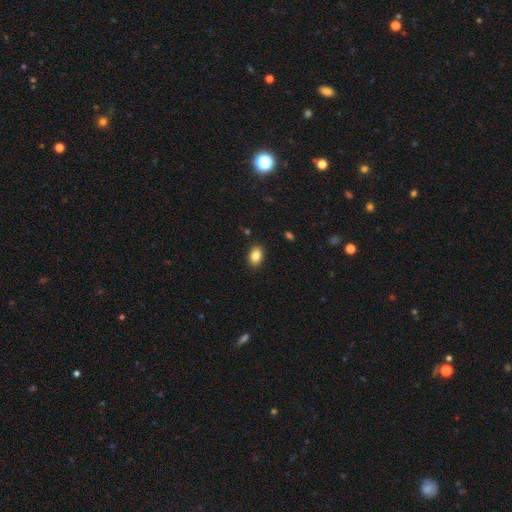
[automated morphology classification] smooth 85%, star or artifact 9%, featured or disk 6%. Down the decision tree: how rounded — in between (81%); merging — none (89%).